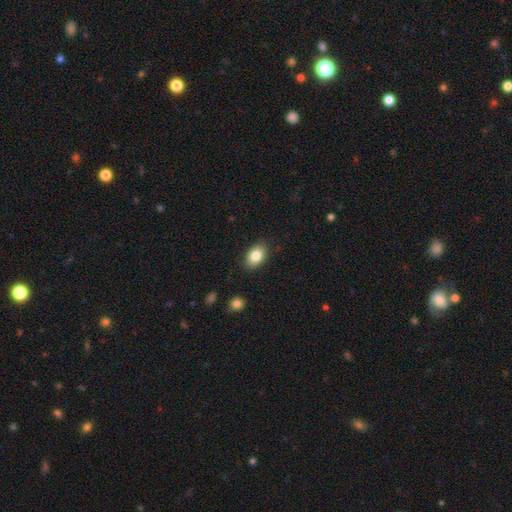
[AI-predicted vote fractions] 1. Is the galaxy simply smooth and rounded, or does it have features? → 84% smooth, 8% featured or disk, 8% star or artifact.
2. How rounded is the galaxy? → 86% in between, 13% round, 1% cigar-shaped.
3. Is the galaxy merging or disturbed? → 86% none, 10% minor disturbance, 2% major disturbance, 1% merger.